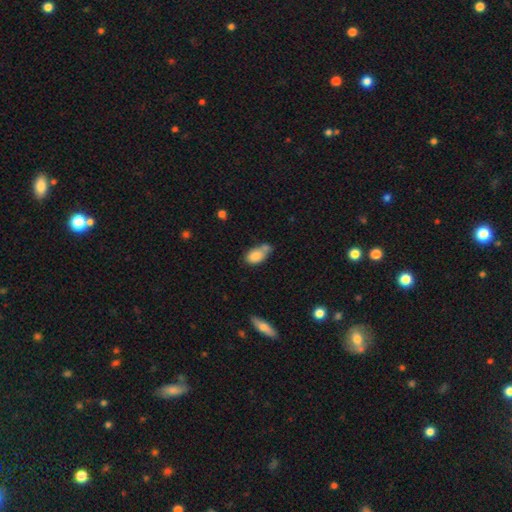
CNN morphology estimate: A smooth galaxy with no disk features (80%) that is in between round and cigar-shaped (86%). Merging: merger (36%).